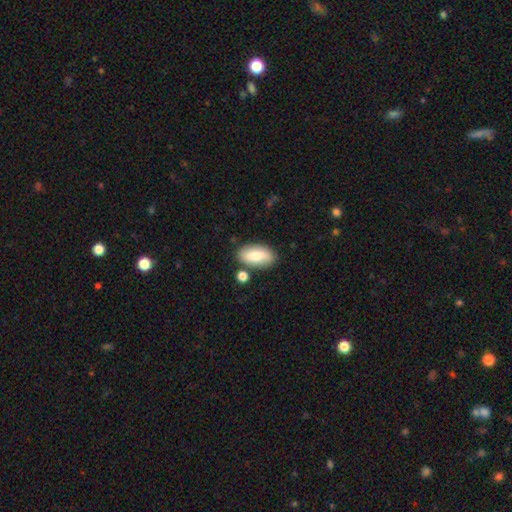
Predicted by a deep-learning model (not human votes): Smooth or featured? Predicted: smooth (p=0.75). How rounded? Predicted: in between (p=0.92). Merging? Predicted: none (p=0.79).